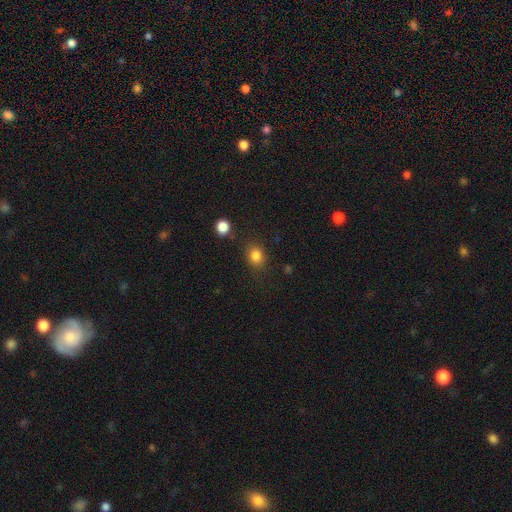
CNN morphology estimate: type=smooth (83%); roundness=round (57%); merging=none (79%).